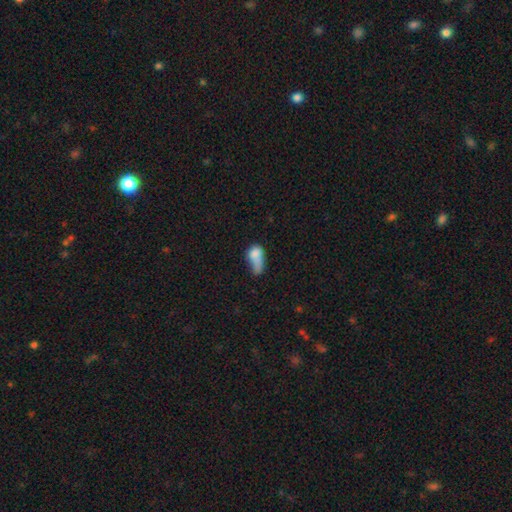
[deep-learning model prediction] Smooth or featured? Predicted: smooth (p=0.74). How rounded? Predicted: in between (p=0.78). Merging? Predicted: major disturbance (p=0.33).